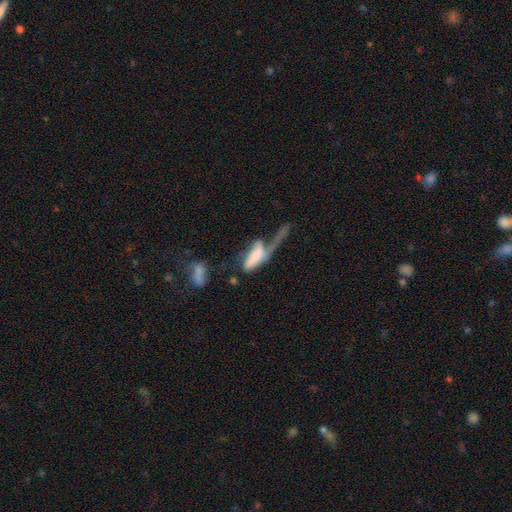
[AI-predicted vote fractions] Smooth or featured: smooth — 53% (featured or disk — 39%)
How rounded: in between — 64% (cigar-shaped — 33%)
Merging: major disturbance — 52% (merger — 22%)